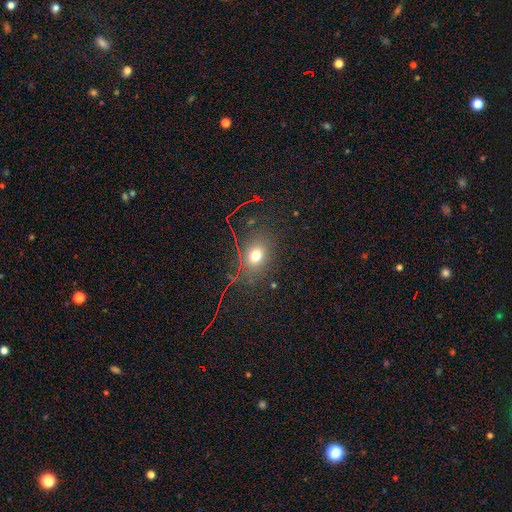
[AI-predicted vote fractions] A smooth galaxy with no disk features (64%) that is round (54%). Merging: none (81%).